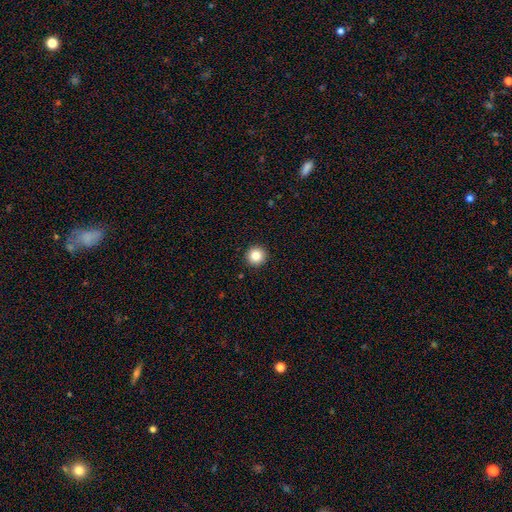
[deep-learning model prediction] Q: Smooth or featured?
A: smooth (85%); runner-up: star or artifact (10%)
Q: How rounded?
A: round (96%); runner-up: in between (3%)
Q: Merging?
A: none (93%); runner-up: minor disturbance (4%)